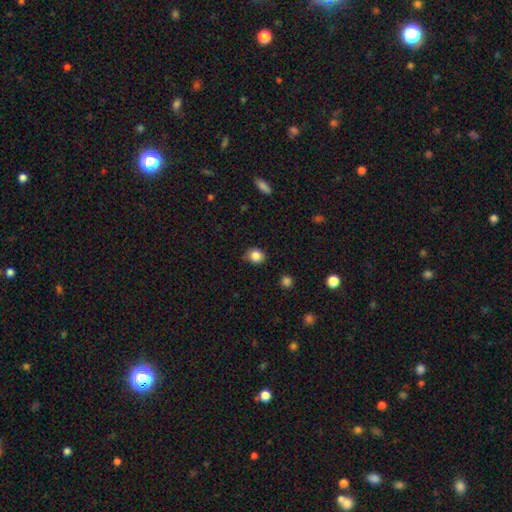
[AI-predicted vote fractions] Smooth or featured? smooth (85%)
How rounded? round (73%)
Merging? none (77%)